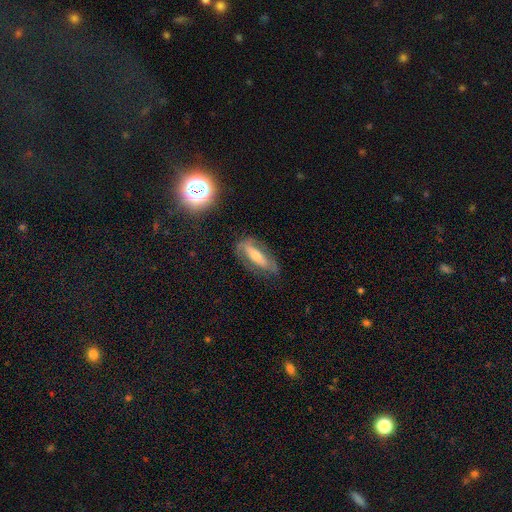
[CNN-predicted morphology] A featured or disk galaxy (60%). Merging: none (69%).